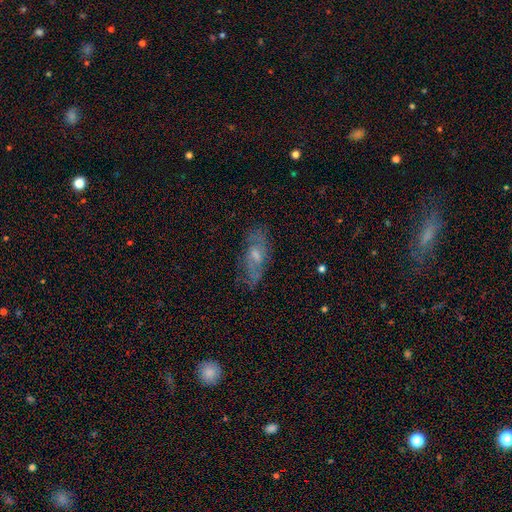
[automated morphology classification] smooth_or_featured: featured or disk (p=0.55) [alt: smooth p=0.35]
disk_edge_on: no (p=0.83) [alt: yes p=0.17]
merging: none (p=0.68) [alt: minor disturbance p=0.20]